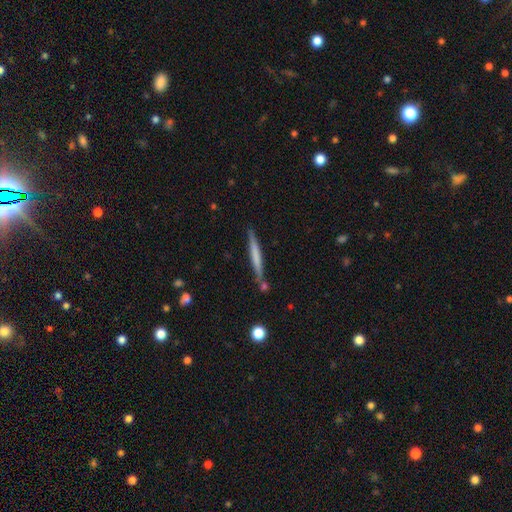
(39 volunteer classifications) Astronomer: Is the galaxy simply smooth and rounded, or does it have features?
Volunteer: smooth — 59% (runner-up: featured or disk, 38%).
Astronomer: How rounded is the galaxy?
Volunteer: cigar-shaped — 100%.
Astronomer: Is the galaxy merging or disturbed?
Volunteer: none — 95%.